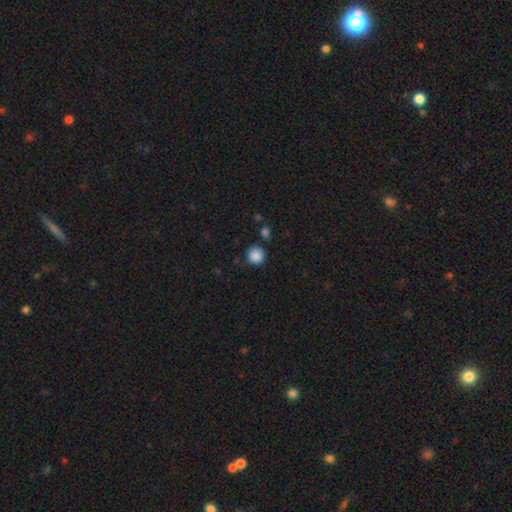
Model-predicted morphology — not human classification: This is clearly a smooth galaxy (88%). How rounded: clearly round (93%). Merging: clearly none (84%).